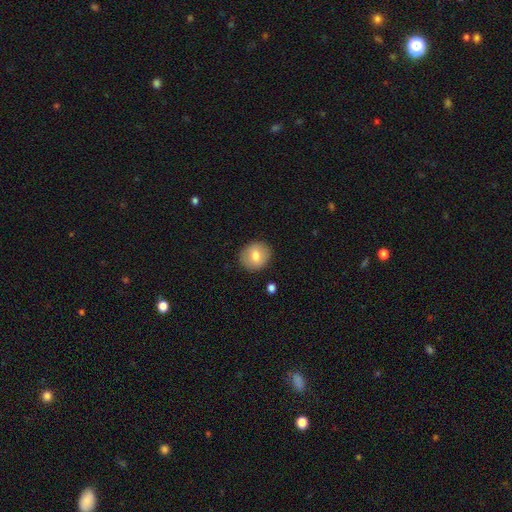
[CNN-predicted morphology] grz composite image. It shows a smooth galaxy with no disk features (73%) that is round (74%). Merging: none (88%).